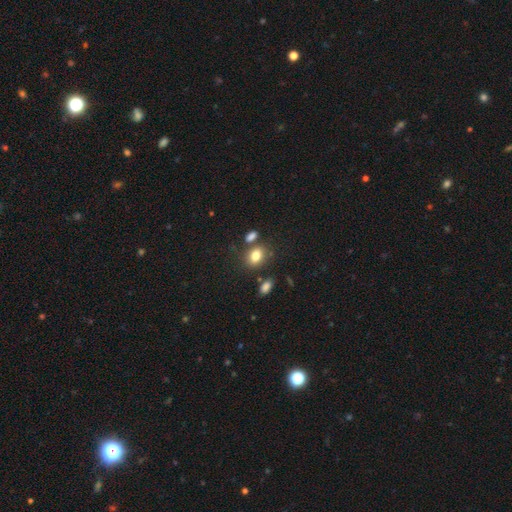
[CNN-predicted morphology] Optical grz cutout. It shows a smooth galaxy with no disk features (81%) that is in between round and cigar-shaped (67%). Merging: none (69%).